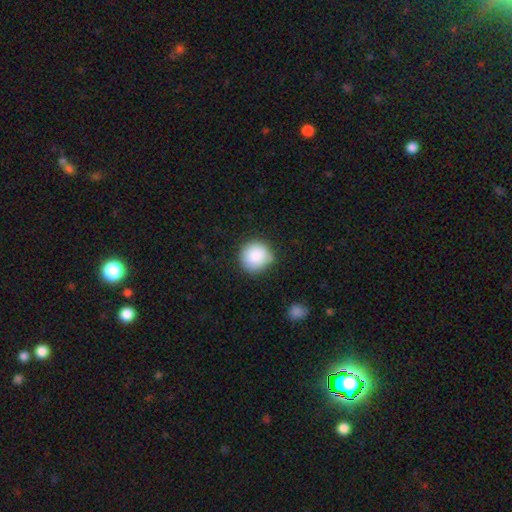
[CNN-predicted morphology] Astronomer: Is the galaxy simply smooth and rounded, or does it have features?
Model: smooth — 87%.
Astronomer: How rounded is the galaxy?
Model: round — 94%.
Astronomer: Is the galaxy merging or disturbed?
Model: none — 80%.